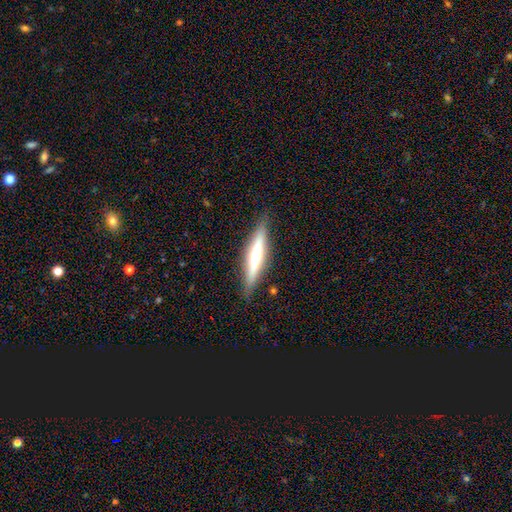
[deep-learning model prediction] Q: Smooth or featured?
A: featured or disk (58%); runner-up: smooth (35%)
Q: Edge-on disk?
A: yes (95%); runner-up: no (5%)
Q: Edge-on bulge?
A: rounded (68%); runner-up: none (21%)
Q: Merging?
A: none (89%); runner-up: minor disturbance (9%)